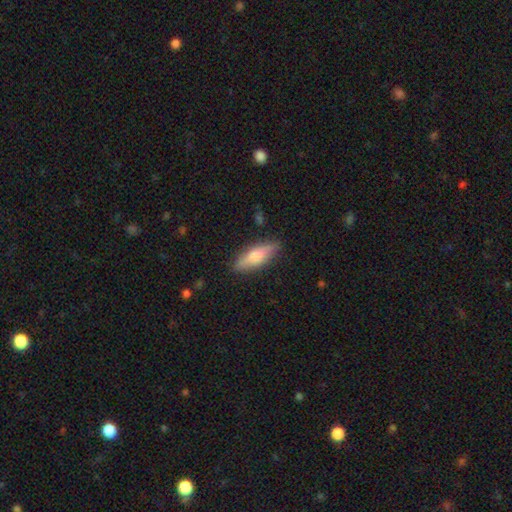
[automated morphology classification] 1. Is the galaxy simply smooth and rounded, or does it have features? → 60% smooth, 34% featured or disk, 6% star or artifact.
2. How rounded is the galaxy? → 49% in between (tied), 49% cigar-shaped (tied), 2% round.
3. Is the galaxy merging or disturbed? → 86% none, 11% minor disturbance, 2% major disturbance, 1% merger.